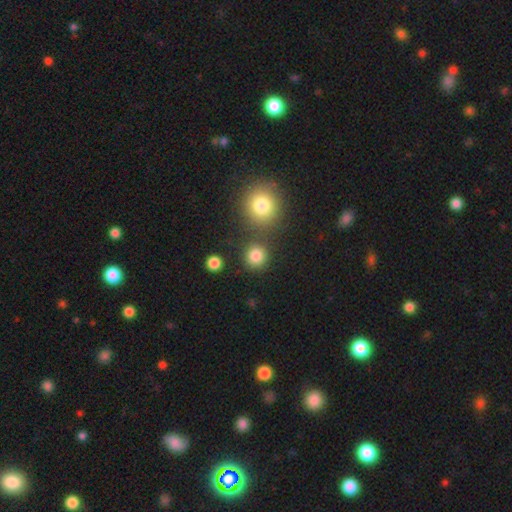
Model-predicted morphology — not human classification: Smooth or featured? Predicted: smooth (p=0.83). How rounded? Predicted: round (p=0.91). Merging? Predicted: none (p=0.79).